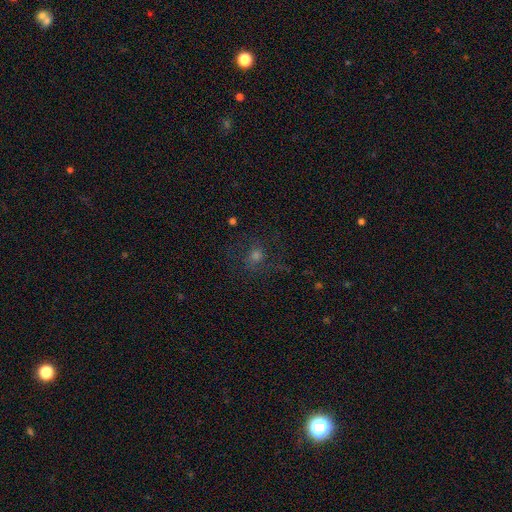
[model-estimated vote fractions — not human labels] Q: Smooth or featured?
A: smooth (40%); runner-up: featured or disk (31%)
Q: Merging?
A: none (68%); runner-up: major disturbance (15%)